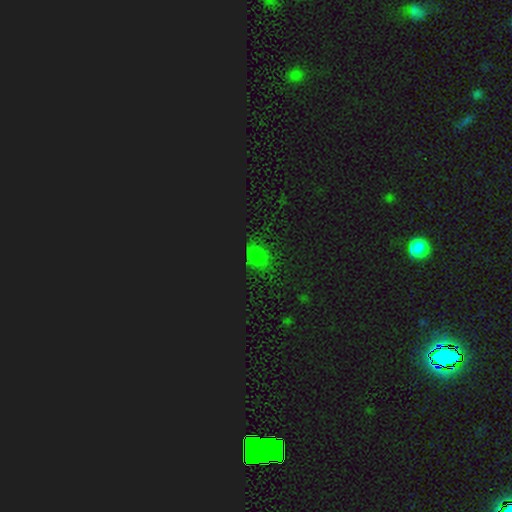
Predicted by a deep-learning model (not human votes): Q: Smooth or featured?
A: smooth (52%); runner-up: star or artifact (40%)
Q: How rounded?
A: round (52%); runner-up: in between (45%)
Q: Merging?
A: none (70%); runner-up: minor disturbance (18%)